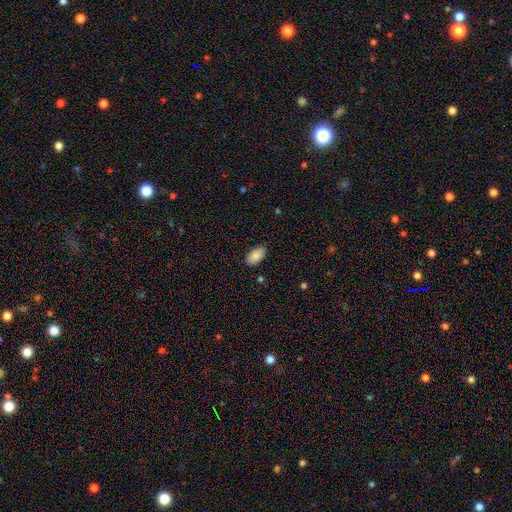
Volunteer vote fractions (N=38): smooth-or-featured: smooth: 92% | featured or disk: 5% | star or artifact: 3%
  how-rounded: in between: 94% | cigar-shaped: 6% | round: 0%
  merging: none: 81% | minor disturbance: 19% | major disturbance: 0% | merger: 0%